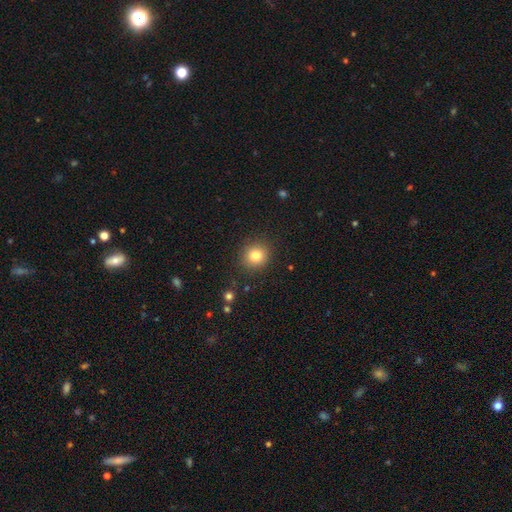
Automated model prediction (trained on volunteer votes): Smooth or featured? Predicted: smooth (p=0.81). How rounded? Predicted: round (p=0.86). Merging? Predicted: none (p=0.89).